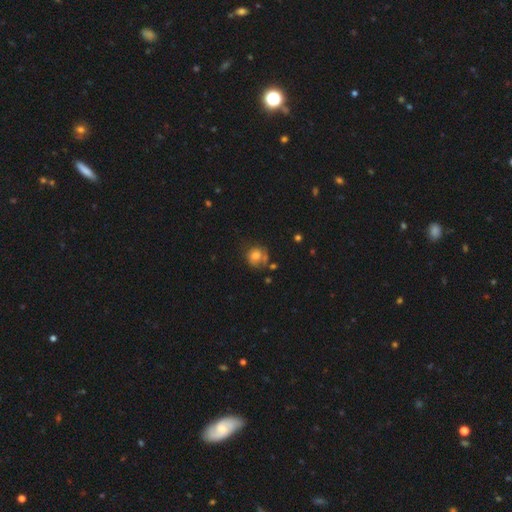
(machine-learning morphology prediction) Smooth or featured? smooth (66%)
How rounded? round (77%)
Merging? none (49%)